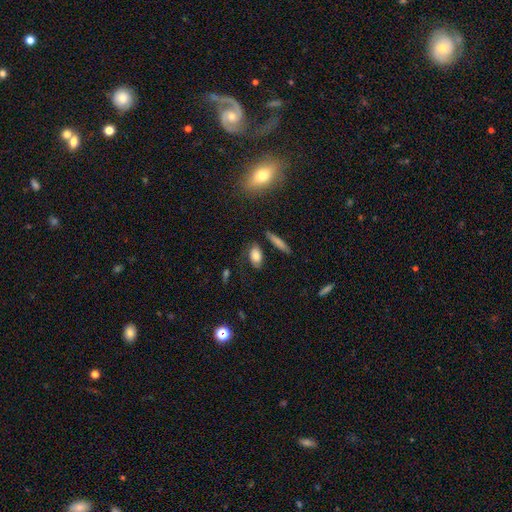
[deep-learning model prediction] smooth 76%, featured or disk 15%, star or artifact 9%. Down the decision tree: how rounded — in between (86%); merging — none (69%).